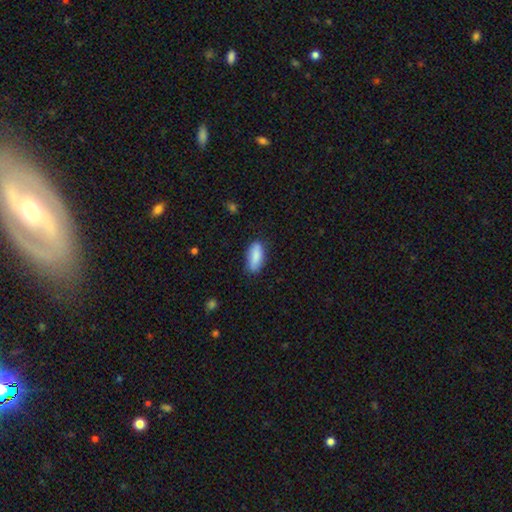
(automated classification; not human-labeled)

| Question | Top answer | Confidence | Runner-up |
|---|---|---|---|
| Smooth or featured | smooth | 84% | featured or disk (9%) |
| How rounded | in between | 79% | cigar-shaped (19%) |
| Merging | none | 75% | minor disturbance (20%) |